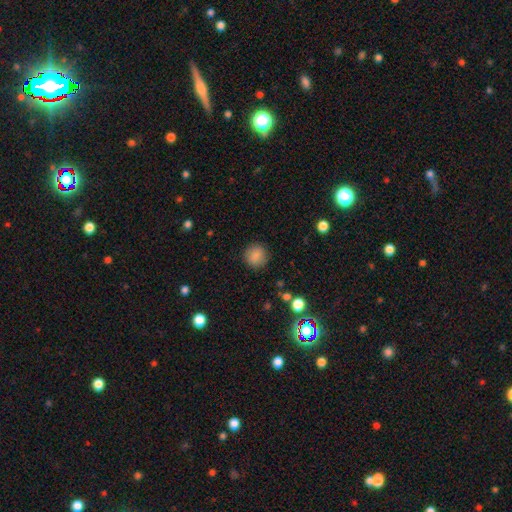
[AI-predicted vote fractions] Q: Smooth or featured?
A: smooth (85%); runner-up: star or artifact (10%)
Q: How rounded?
A: round (89%); runner-up: in between (10%)
Q: Merging?
A: none (88%); runner-up: minor disturbance (8%)